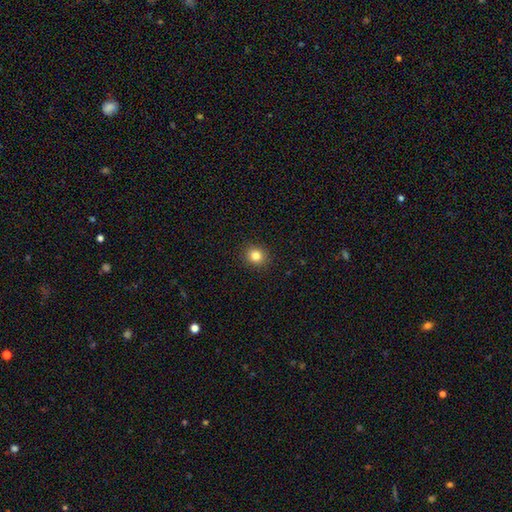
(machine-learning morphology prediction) Smooth or featured?
  - smooth: 82% *
  - star or artifact: 12%
  - featured or disk: 6%
How rounded?
  - round: 83% *
  - in between: 16%
  - cigar-shaped: 1%
Merging?
  - none: 91% *
  - minor disturbance: 6%
  - major disturbance: 2%
  - merger: 1%